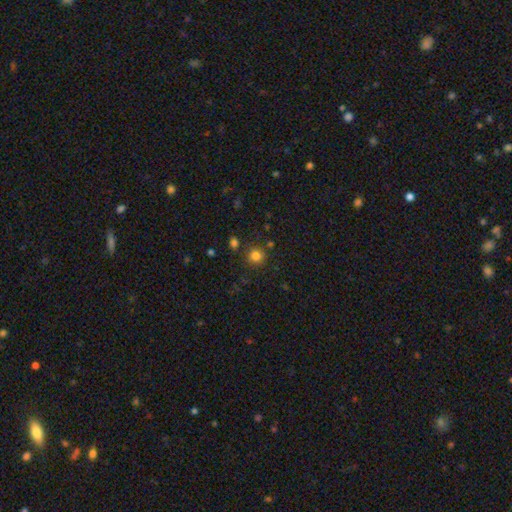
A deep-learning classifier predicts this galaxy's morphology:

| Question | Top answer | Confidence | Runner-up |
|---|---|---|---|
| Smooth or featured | smooth | 81% | star or artifact (14%) |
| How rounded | round | 90% | in between (9%) |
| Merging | none | 83% | minor disturbance (9%) |